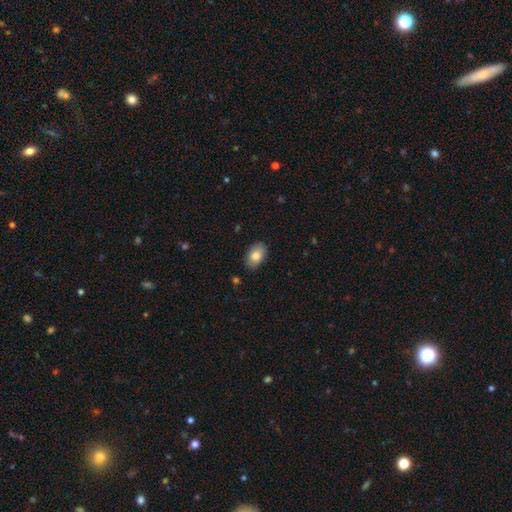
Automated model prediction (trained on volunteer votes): Q: Smooth or featured?
A: smooth (81%); runner-up: featured or disk (12%)
Q: How rounded?
A: in between (91%); runner-up: round (8%)
Q: Merging?
A: none (86%); runner-up: minor disturbance (11%)